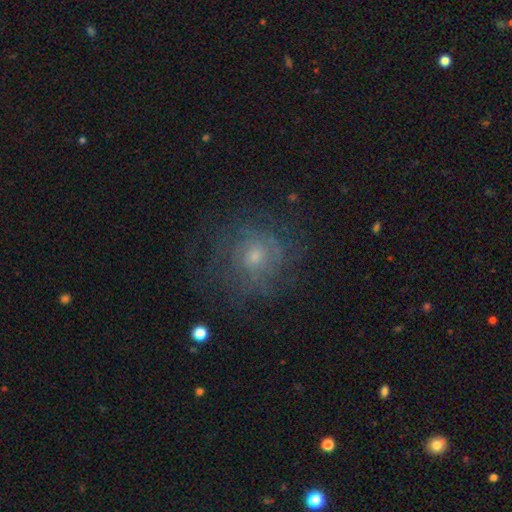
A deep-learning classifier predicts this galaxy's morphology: The model was most divided on "bulge size": small: 52%, moderate: 40%, none: 3%, large: 3%, dominant: 1%. More confident: edge-on disk — no (97%); bar — no (78%); merging — none (69%); spiral arms — yes (68%); smooth or featured — featured or disk (54%).